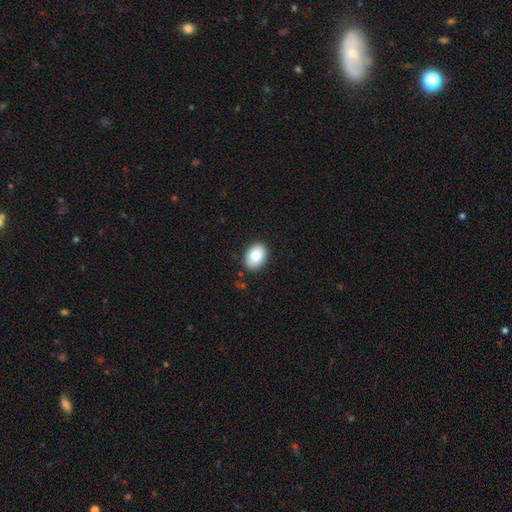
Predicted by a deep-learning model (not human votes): This is clearly a smooth galaxy (82%). How rounded: likely in between (76%). Merging: clearly none (89%).